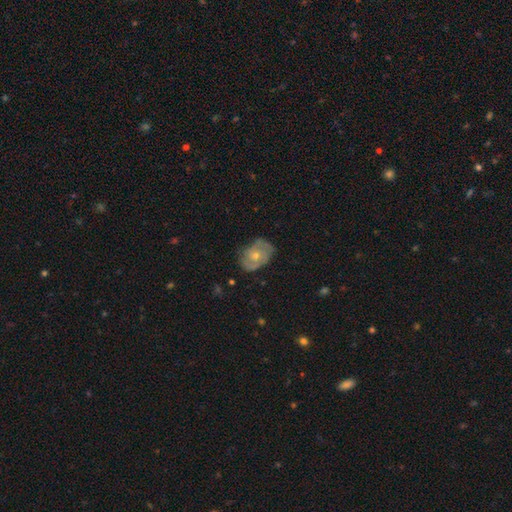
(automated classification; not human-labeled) Q: Smooth or featured?
A: featured or disk (57%); runner-up: smooth (37%)
Q: Edge-on disk?
A: no (96%); runner-up: yes (4%)
Q: Bar?
A: no (81%); runner-up: weak (16%)
Q: Spiral arms?
A: yes (68%); runner-up: no (32%)
Q: Bulge size?
A: small (48%); runner-up: moderate (47%)
Q: Merging?
A: none (63%); runner-up: minor disturbance (26%)